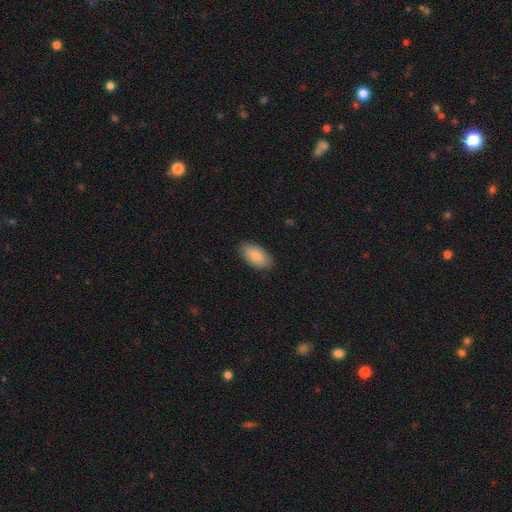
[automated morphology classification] Smooth or featured? smooth (81%)
How rounded? in between (94%)
Merging? none (86%)